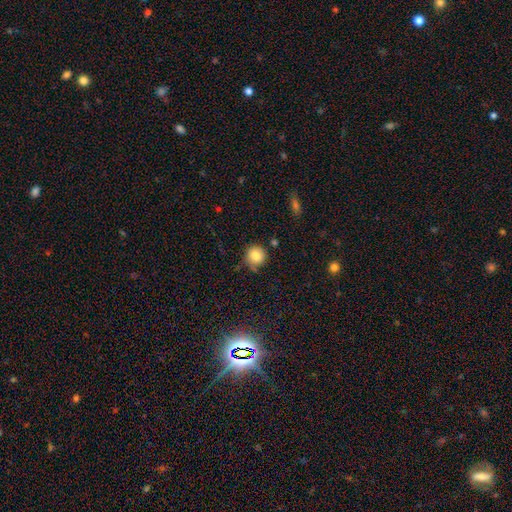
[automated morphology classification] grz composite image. It shows a smooth galaxy with no disk features (82%) that is round (91%). Merging: none (72%).